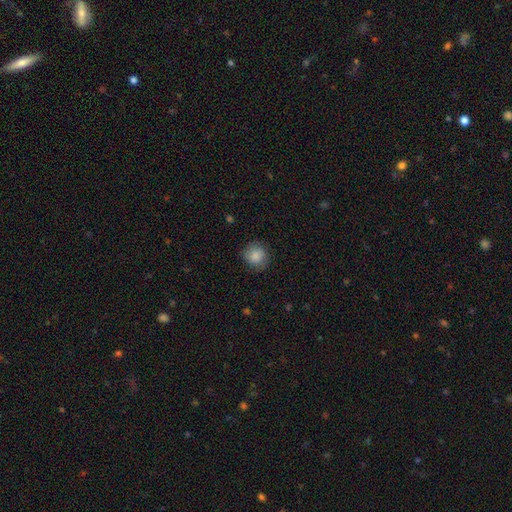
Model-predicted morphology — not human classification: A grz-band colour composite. It shows a smooth galaxy with no disk features (85%) that is round (86%). Merging: none (80%).